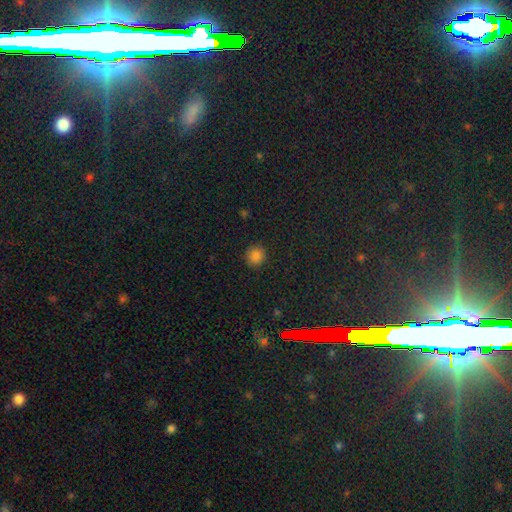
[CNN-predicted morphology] Smooth or featured: smooth — 83% (star or artifact — 13%)
How rounded: round — 91% (in between — 8%)
Merging: none — 90% (minor disturbance — 7%)